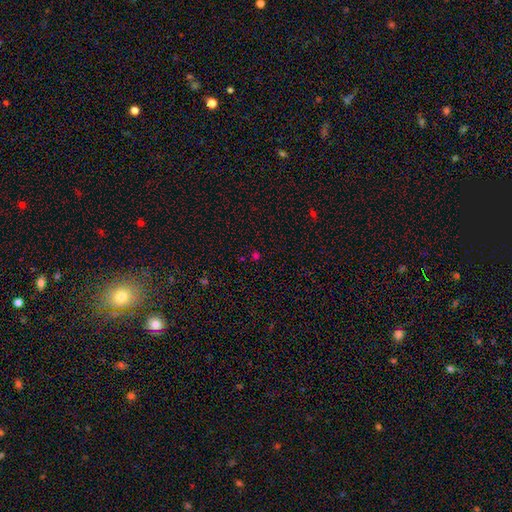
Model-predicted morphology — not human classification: smooth_or_featured: smooth (p=0.48) [alt: star or artifact p=0.47]
merging: none (p=0.76) [alt: minor disturbance p=0.11]